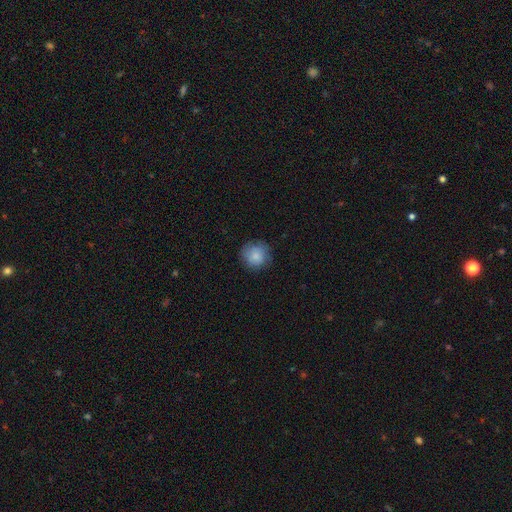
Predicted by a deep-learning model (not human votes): Smooth or featured: smooth — 84% (featured or disk — 8%)
How rounded: round — 92% (in between — 7%)
Merging: none — 80% (minor disturbance — 15%)